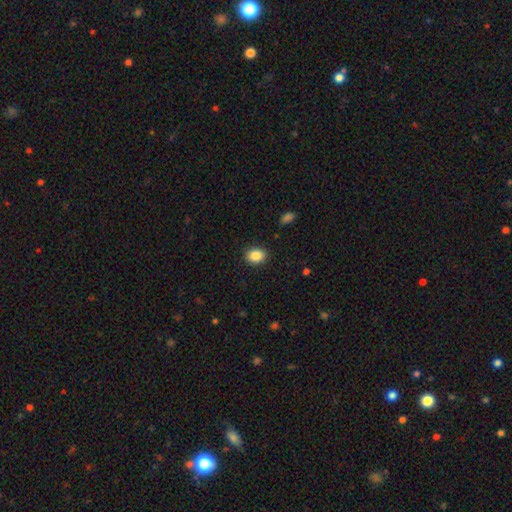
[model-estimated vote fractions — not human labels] Smooth or featured: smooth — 87% (star or artifact — 9%)
How rounded: in between — 59% (round — 40%)
Merging: none — 89% (minor disturbance — 8%)